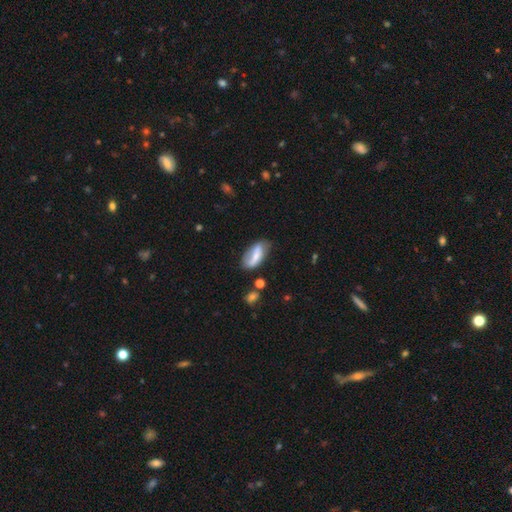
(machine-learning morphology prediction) Smooth or featured? smooth (47%)
Merging? none (61%)